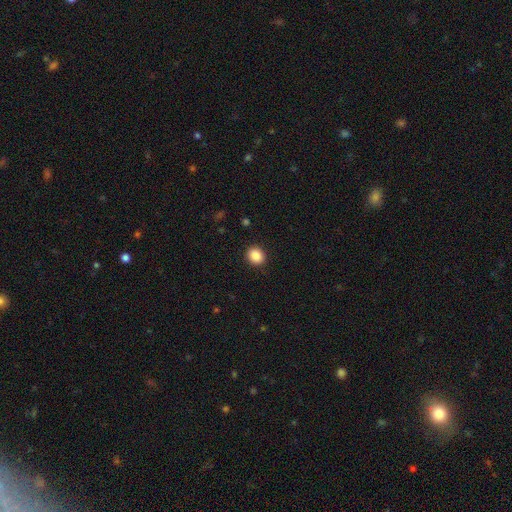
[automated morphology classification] smooth_or_featured: smooth (p=0.89) [alt: star or artifact p=0.09]
how_rounded: round (p=0.71) [alt: in between p=0.28]
merging: none (p=0.90) [alt: minor disturbance p=0.07]